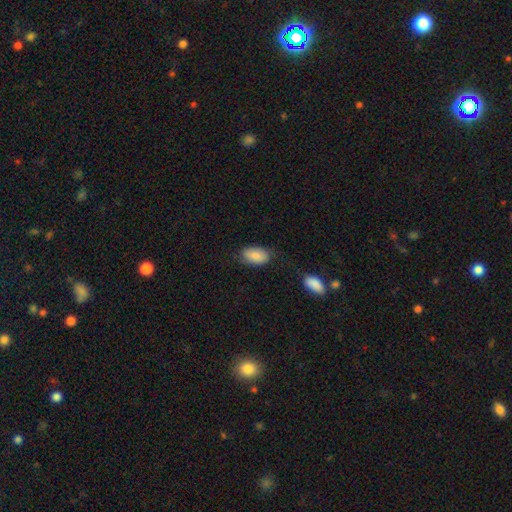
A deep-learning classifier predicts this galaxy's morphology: Smooth or featured? smooth (84%)
How rounded? in between (93%)
Merging? none (73%)